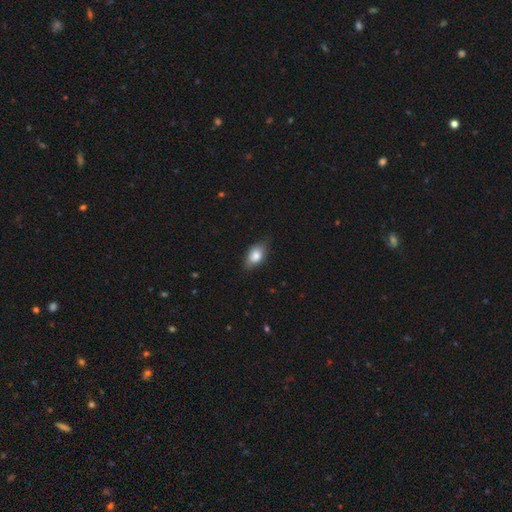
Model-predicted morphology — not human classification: Smooth or featured? Predicted: smooth (p=0.79). How rounded? Predicted: in between (p=0.86). Merging? Predicted: none (p=0.73).